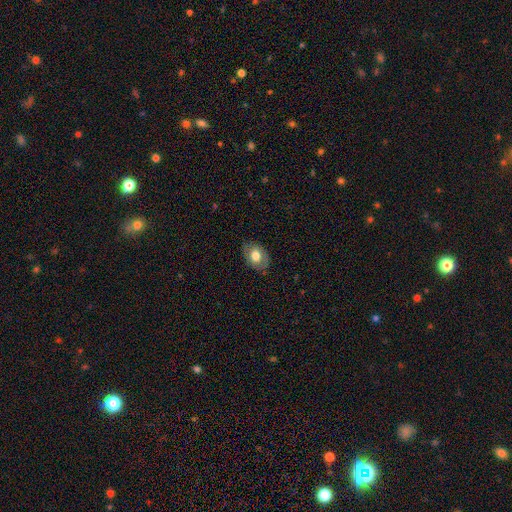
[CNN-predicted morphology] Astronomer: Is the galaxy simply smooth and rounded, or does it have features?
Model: smooth — 62%.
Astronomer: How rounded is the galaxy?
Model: in between — 77%.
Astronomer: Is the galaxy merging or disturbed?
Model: none — 79%.